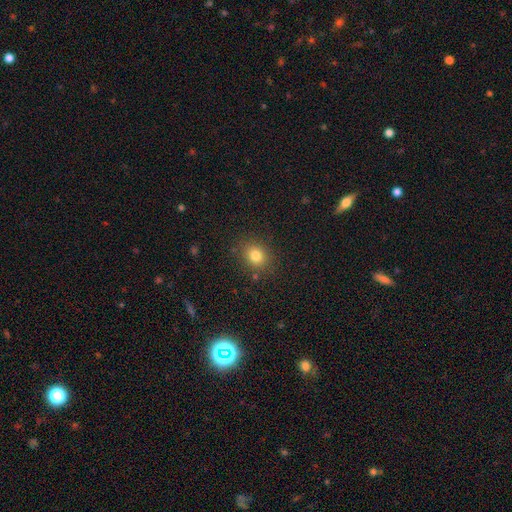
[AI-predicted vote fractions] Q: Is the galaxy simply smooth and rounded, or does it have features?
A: smooth — 80%.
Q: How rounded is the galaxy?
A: round — 66%.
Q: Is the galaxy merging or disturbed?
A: none — 84%.